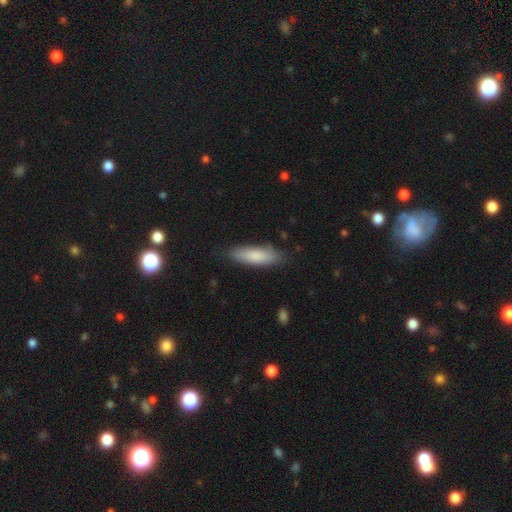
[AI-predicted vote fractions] Q: Smooth or featured?
A: smooth (82%); runner-up: featured or disk (12%)
Q: How rounded?
A: cigar-shaped (53%); runner-up: in between (46%)
Q: Merging?
A: none (81%); runner-up: minor disturbance (14%)